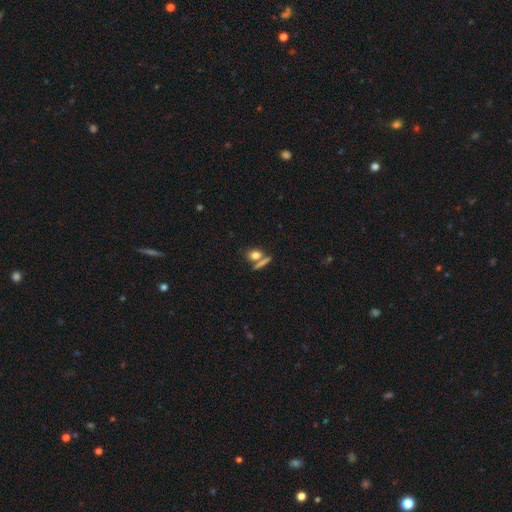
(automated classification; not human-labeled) Smooth or featured?
  - smooth: 76% *
  - featured or disk: 12%
  - star or artifact: 11%
How rounded?
  - in between: 47% *
  - round: 41%
  - cigar-shaped: 12%
Merging?
  - none: 59% *
  - merger: 28%
  - minor disturbance: 9%
  - major disturbance: 4%